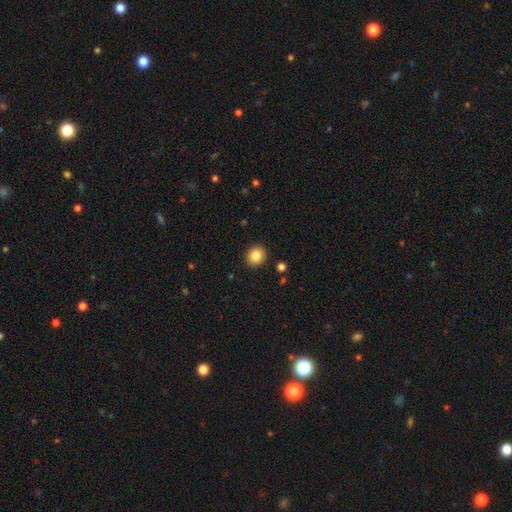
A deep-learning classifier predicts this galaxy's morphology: A smooth galaxy with no disk features (85%) that is round (82%).

Vote fractions:
- Smooth or featured? smooth: 85% / star or artifact: 9% / featured or disk: 5%
- How rounded? round: 82% / in between: 17% / cigar-shaped: 1%
- Merging? none: 91% / minor disturbance: 6% / major disturbance: 2% / merger: 1%